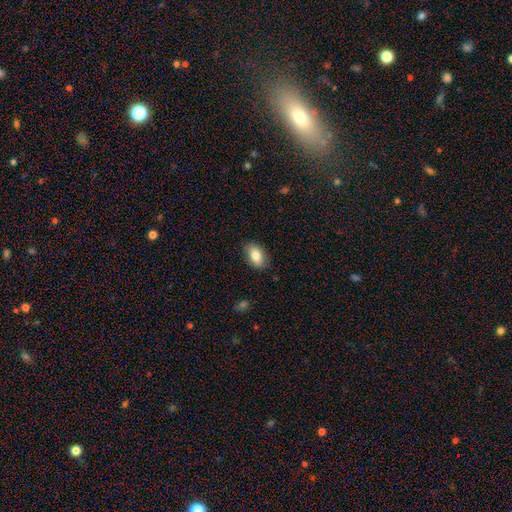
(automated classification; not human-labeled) Morphology: type=smooth (82%); roundness=in between (89%); merging=none (84%).